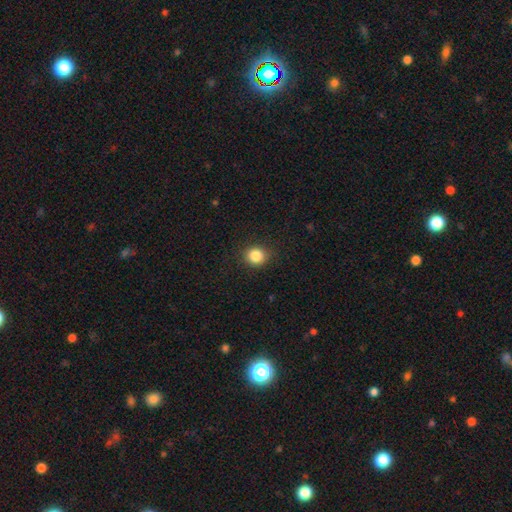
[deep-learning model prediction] A smooth galaxy with no disk features (85%) that is round (86%).

Vote fractions:
- Smooth or featured? smooth: 85% / star or artifact: 11% / featured or disk: 4%
- How rounded? round: 86% / in between: 13% / cigar-shaped: 1%
- Merging? none: 89% / minor disturbance: 8% / major disturbance: 2% / merger: 1%